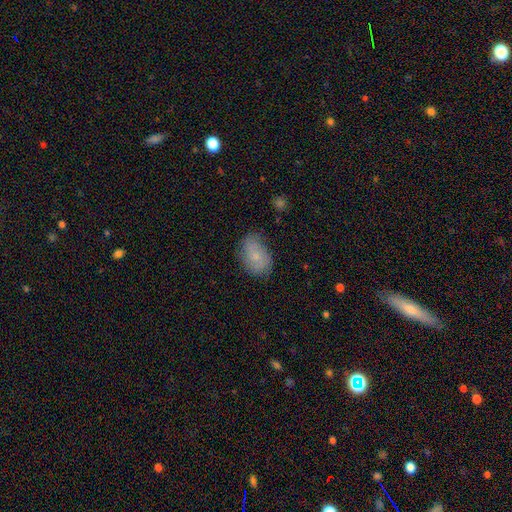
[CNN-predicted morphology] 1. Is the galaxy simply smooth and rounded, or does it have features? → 63% smooth, 29% featured or disk, 8% star or artifact.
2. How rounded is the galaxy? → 85% in between, 13% round, 2% cigar-shaped.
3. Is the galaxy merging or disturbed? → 70% none, 23% minor disturbance, 6% major disturbance, 1% merger.